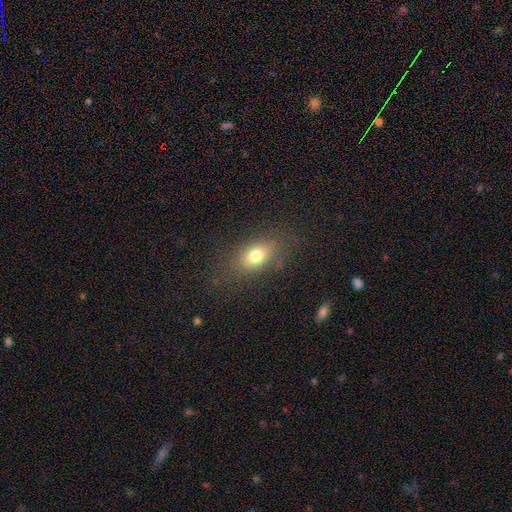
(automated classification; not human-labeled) A smooth galaxy with no disk features (75%) that is in between round and cigar-shaped (79%). Merging: none (76%).